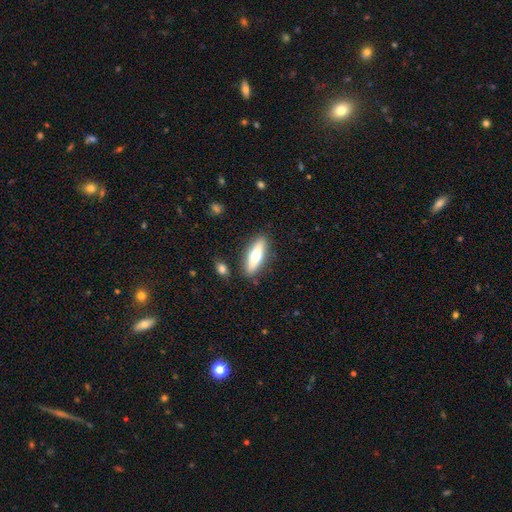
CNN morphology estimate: This is possibly a smooth galaxy (54%). How rounded: possibly cigar-shaped (52%). Merging: clearly none (85%).